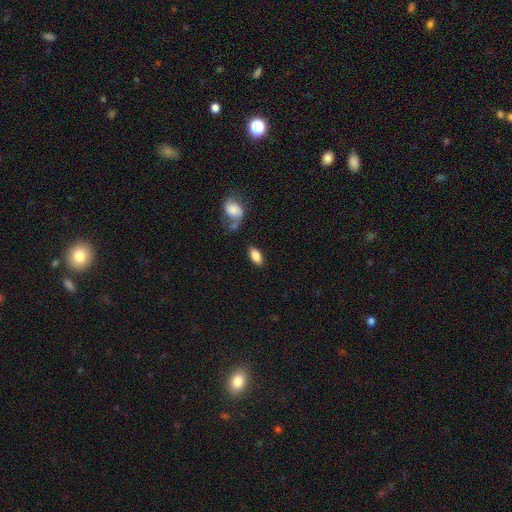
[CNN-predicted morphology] This appears to be a smooth galaxy with no disk features (82%) that is in between round and cigar-shaped (92%). Merging: none (76%).